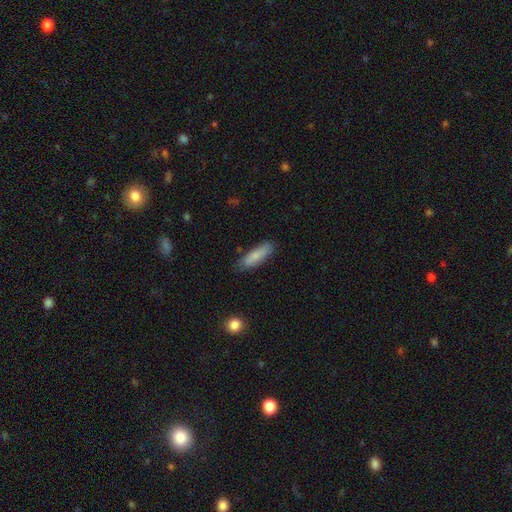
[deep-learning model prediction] Smooth or featured?
  - smooth: 80% *
  - featured or disk: 14%
  - star or artifact: 6%
How rounded?
  - cigar-shaped: 54% *
  - in between: 44%
  - round: 2%
Merging?
  - none: 79% *
  - minor disturbance: 17%
  - major disturbance: 3%
  - merger: 2%